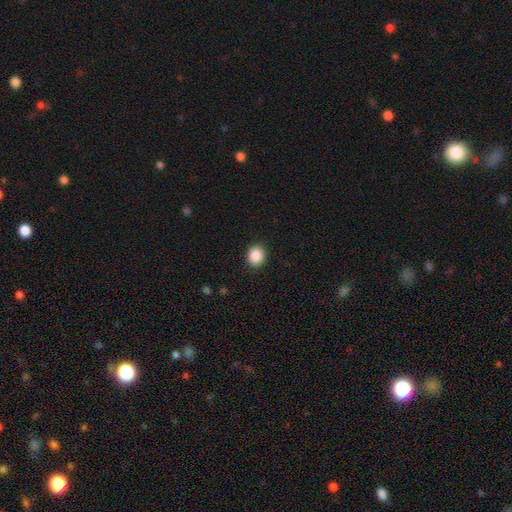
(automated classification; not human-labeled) This appears to be a smooth galaxy with no disk features (88%) that is round (67%). Merging: none (91%).